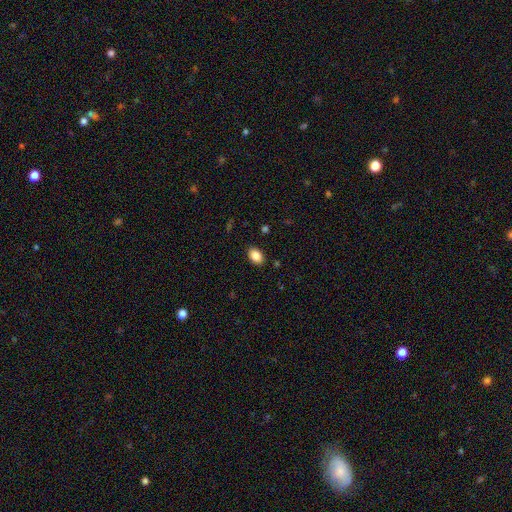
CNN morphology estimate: Q: Smooth or featured?
A: smooth (88%); runner-up: star or artifact (8%)
Q: How rounded?
A: in between (84%); runner-up: round (15%)
Q: Merging?
A: none (88%); runner-up: minor disturbance (8%)